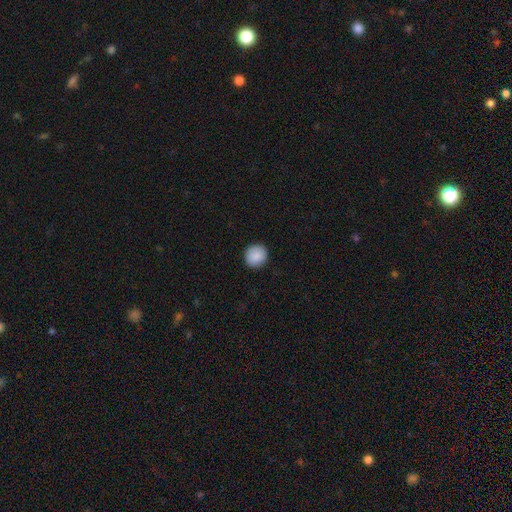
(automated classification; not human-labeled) smooth-or-featured: smooth: 89% | star or artifact: 7% | featured or disk: 4%
  how-rounded: round: 90% | in between: 9% | cigar-shaped: 1%
  merging: none: 92% | minor disturbance: 6% | major disturbance: 2% | merger: 1%